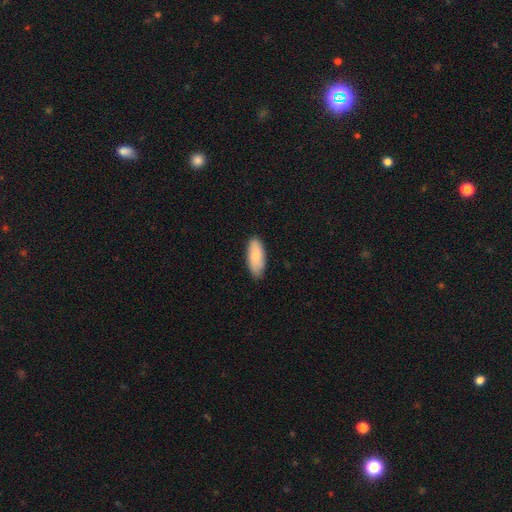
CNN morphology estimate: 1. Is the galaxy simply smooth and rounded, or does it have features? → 81% smooth, 14% featured or disk, 5% star or artifact.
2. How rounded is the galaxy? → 82% in between, 17% cigar-shaped, 2% round.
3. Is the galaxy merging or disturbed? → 84% none, 13% minor disturbance, 2% major disturbance, 1% merger.